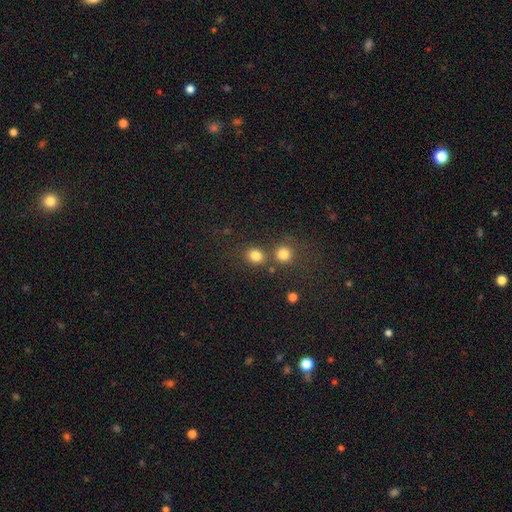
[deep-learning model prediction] A smooth galaxy with no disk features (81%) that is round (74%). Merging: none (67%).